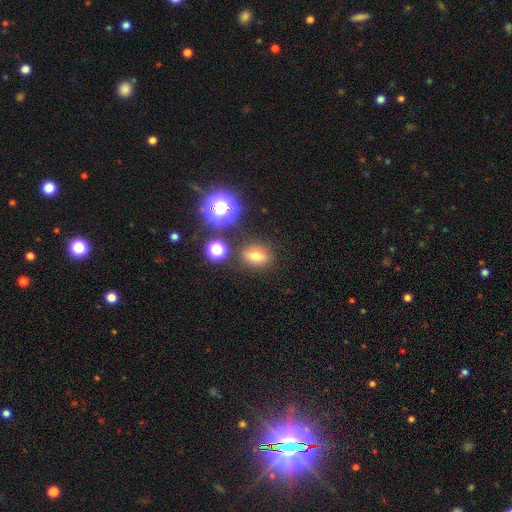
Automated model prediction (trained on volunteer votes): Smooth or featured?
  - smooth: 65% *
  - star or artifact: 22%
  - featured or disk: 13%
How rounded?
  - in between: 54% *
  - round: 43%
  - cigar-shaped: 3%
Merging?
  - none: 80% *
  - minor disturbance: 11%
  - merger: 6%
  - major disturbance: 4%